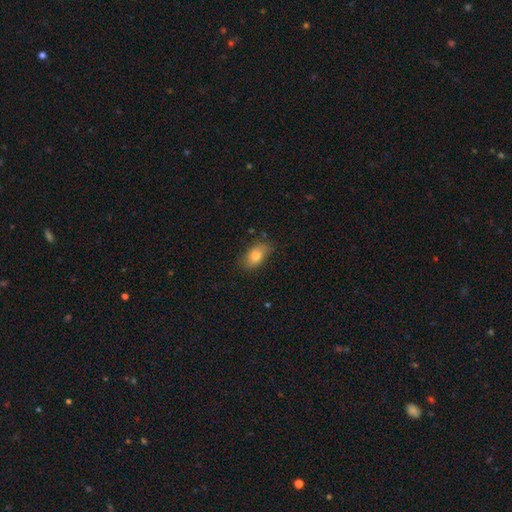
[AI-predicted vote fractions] This appears to be a smooth galaxy with no disk features (80%) that is in between round and cigar-shaped (88%). Merging: none (77%).